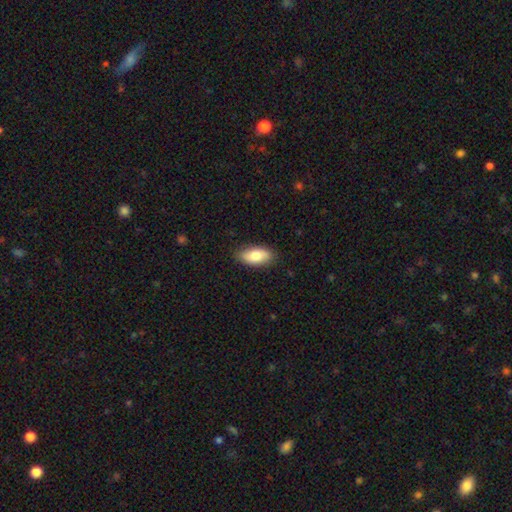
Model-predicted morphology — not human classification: type=smooth (80%); roundness=in between (90%); merging=none (84%).